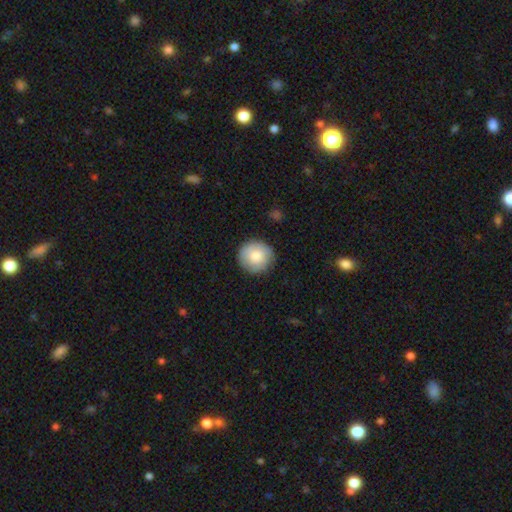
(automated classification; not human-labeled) A smooth galaxy with no disk features (81%) that is round (94%).

Vote fractions:
- Smooth or featured? smooth: 81% / featured or disk: 12% / star or artifact: 6%
- How rounded? round: 94% / in between: 5% / cigar-shaped: 1%
- Merging? none: 87% / minor disturbance: 10% / major disturbance: 2% / merger: 1%